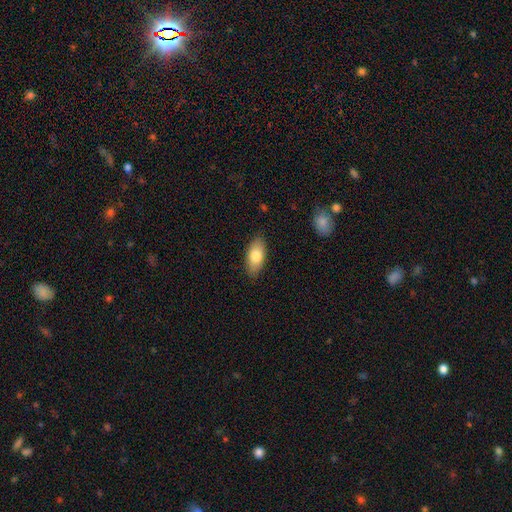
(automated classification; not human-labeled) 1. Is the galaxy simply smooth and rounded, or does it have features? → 80% smooth, 14% featured or disk, 6% star or artifact.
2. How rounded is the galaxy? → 89% in between, 9% cigar-shaped, 3% round.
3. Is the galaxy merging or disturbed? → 87% none, 10% minor disturbance, 2% major disturbance, 1% merger.